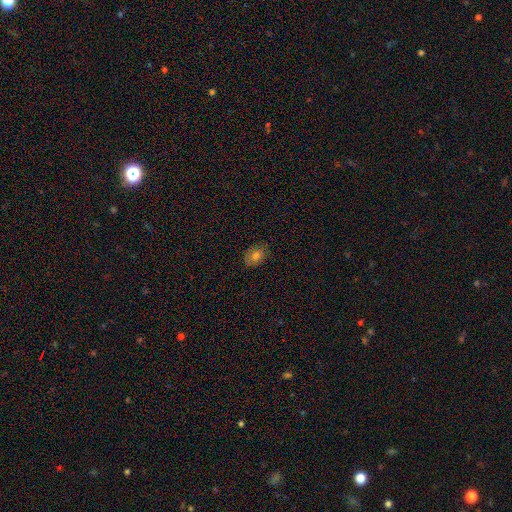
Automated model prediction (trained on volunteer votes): smooth_or_featured: smooth (p=0.74) [alt: featured or disk p=0.16]
how_rounded: in between (p=0.76) [alt: round p=0.23]
merging: none (p=0.81) [alt: minor disturbance p=0.15]